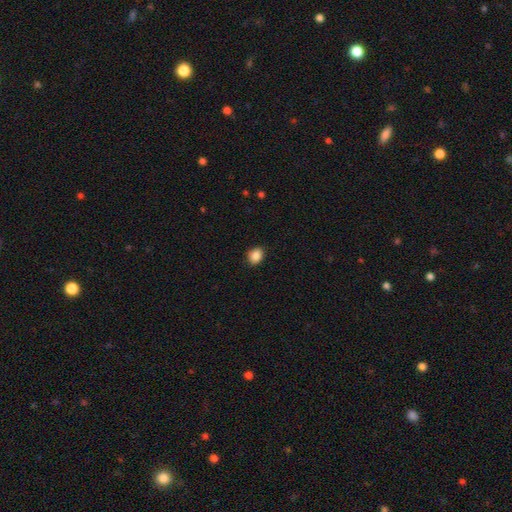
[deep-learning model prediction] smooth_or_featured: smooth (p=0.87) [alt: star or artifact p=0.09]
how_rounded: round (p=0.52) [alt: in between p=0.48]
merging: none (p=0.88) [alt: minor disturbance p=0.09]